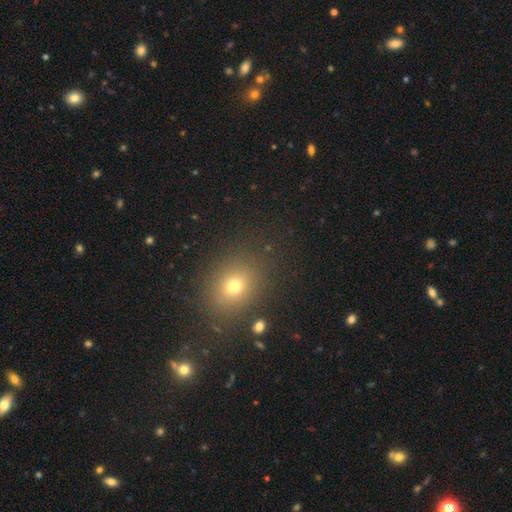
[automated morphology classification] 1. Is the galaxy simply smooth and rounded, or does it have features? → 58% smooth, 34% star or artifact, 9% featured or disk.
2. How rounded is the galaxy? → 57% round, 41% in between, 2% cigar-shaped.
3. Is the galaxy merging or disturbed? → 86% none, 8% minor disturbance, 3% merger, 3% major disturbance.